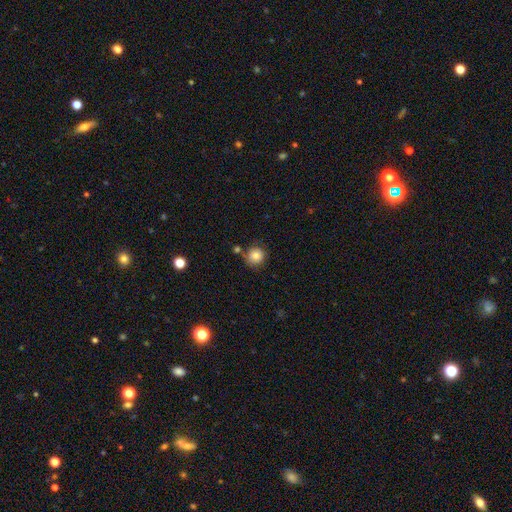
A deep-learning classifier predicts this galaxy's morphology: type=smooth (82%); roundness=round (92%); merging=none (76%).